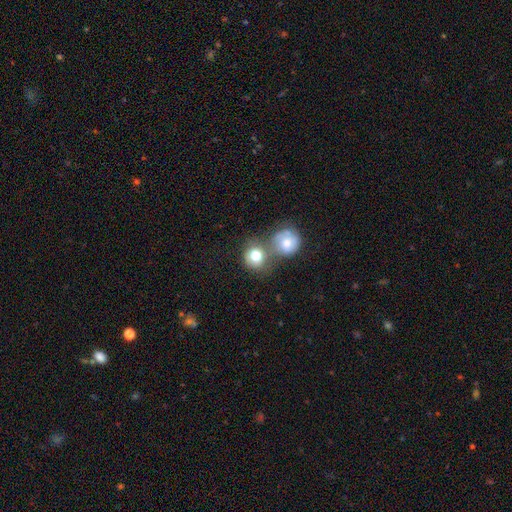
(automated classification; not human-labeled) Smooth or featured? smooth (75%)
How rounded? round (81%)
Merging? merger (52%)